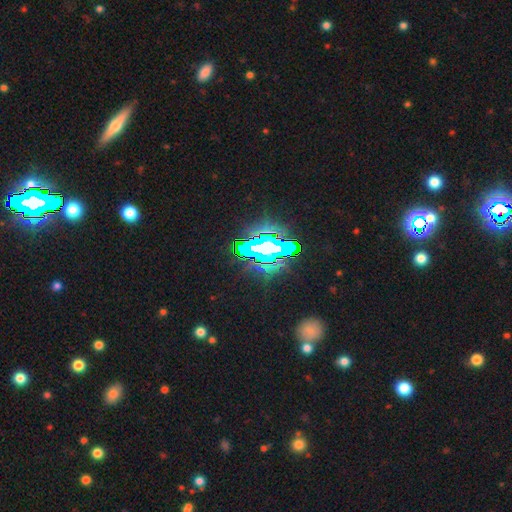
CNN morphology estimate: A star or artifact, not a galaxy (82%).

Vote fractions:
- Smooth or featured? star or artifact: 82% / smooth: 10% / featured or disk: 8%